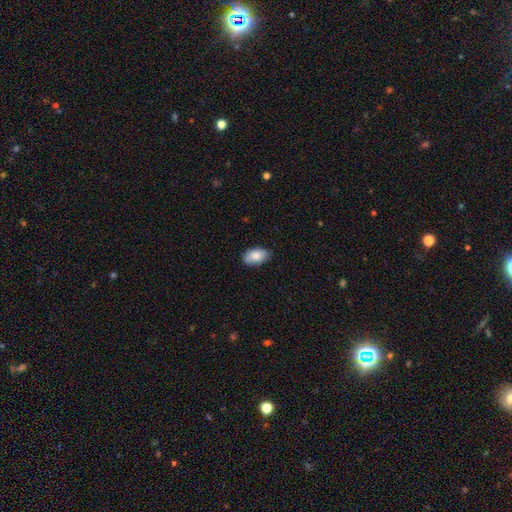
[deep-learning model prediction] Smooth or featured? smooth (85%)
How rounded? in between (94%)
Merging? none (85%)